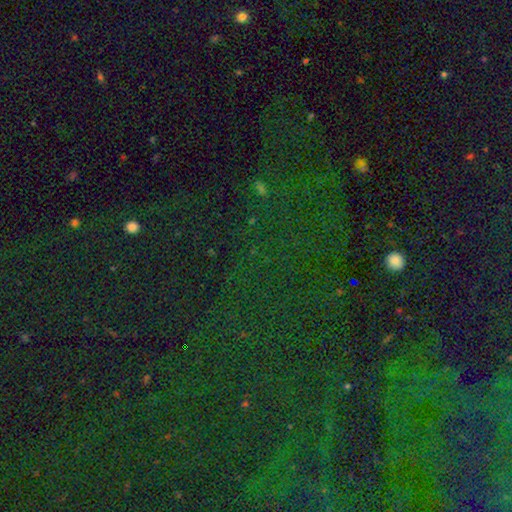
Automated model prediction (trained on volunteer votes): Smooth or featured? star or artifact (82%)